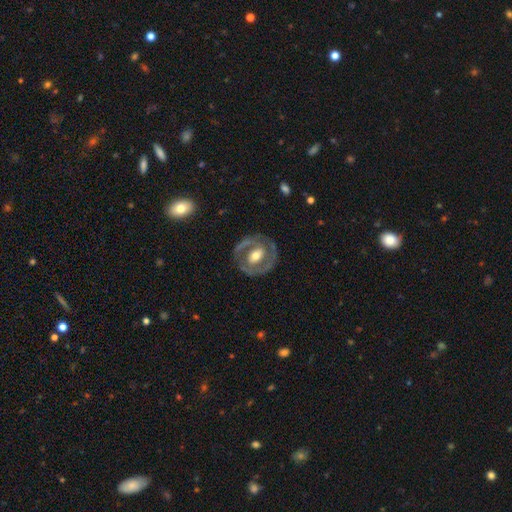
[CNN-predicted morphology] The model was most divided on "bar": no: 47%, weak: 31%, strong: 21%. More confident: edge-on disk — no (95%); merging — none (74%); smooth or featured — featured or disk (68%); bulge size — moderate (66%); spiral arms — no (61%).